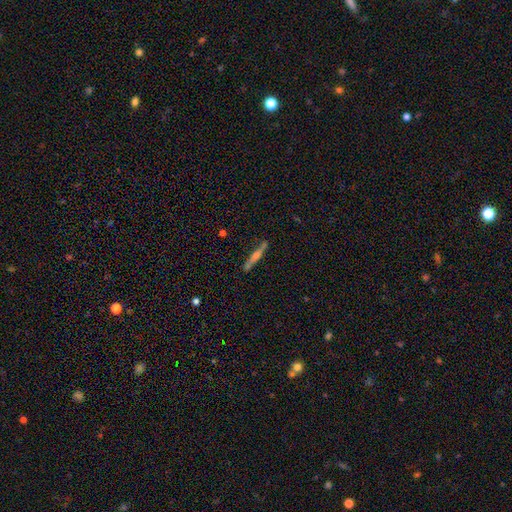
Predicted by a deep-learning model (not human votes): Overall: featured or disk (66%; smooth 27%). Edge-on disk: yes (97%). Edge-on bulge: rounded (76%). Merging: none (87%).